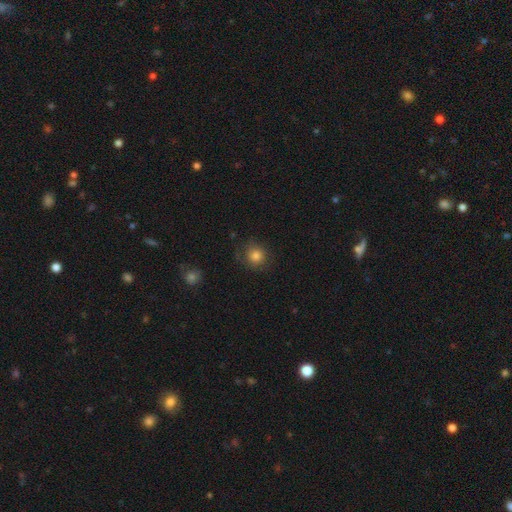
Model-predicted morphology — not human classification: This appears to be a smooth galaxy with no disk features (81%) that is round (89%). Merging: none (80%).